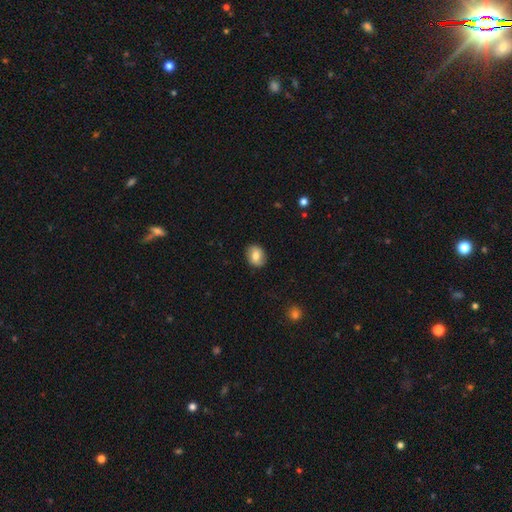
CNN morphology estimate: This appears to be a smooth galaxy with no disk features (74%) that is in between round and cigar-shaped (53%). Merging: none (87%).